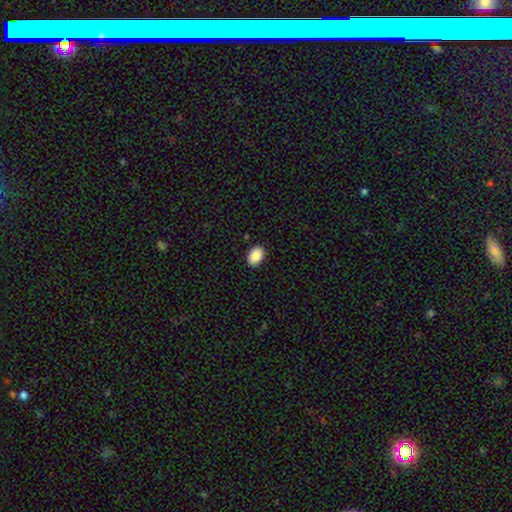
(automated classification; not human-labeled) Overall: smooth (90%). How rounded: in between (87%). Merging: none (90%).